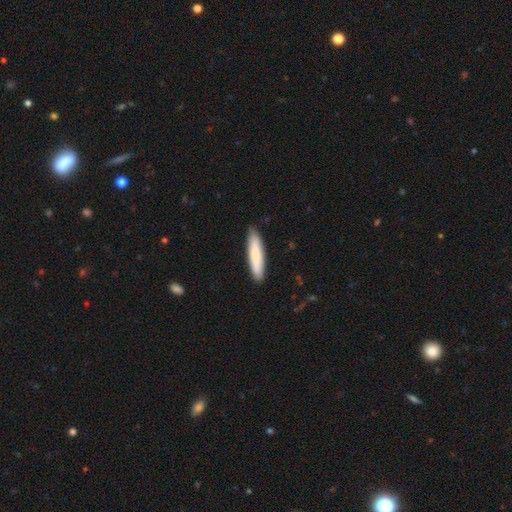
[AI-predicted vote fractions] Smooth or featured: smooth — 83% (featured or disk — 12%)
How rounded: cigar-shaped — 85% (in between — 14%)
Merging: none — 88% (minor disturbance — 9%)